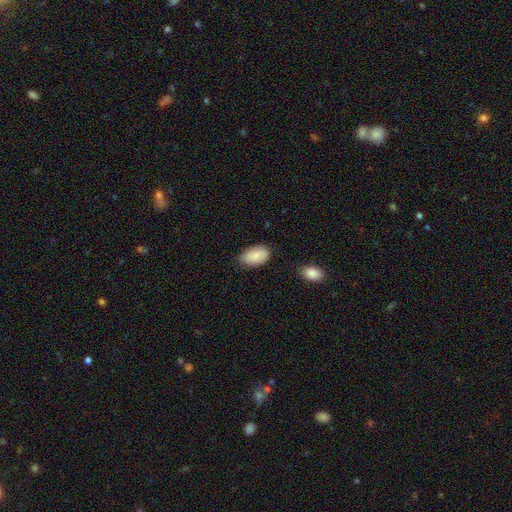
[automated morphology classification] Smooth or featured? Predicted: smooth (p=0.81). How rounded? Predicted: in between (p=0.93). Merging? Predicted: none (p=0.74).